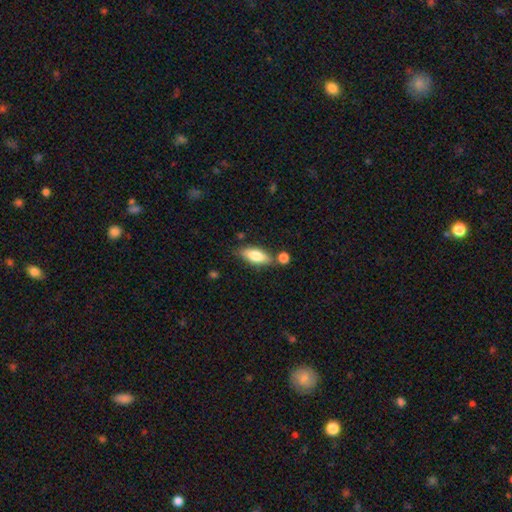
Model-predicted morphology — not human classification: The model was most divided on "how rounded": in between: 72%, cigar-shaped: 26%, round: 3%. More confident: smooth or featured — smooth (74%); merging — none (69%).